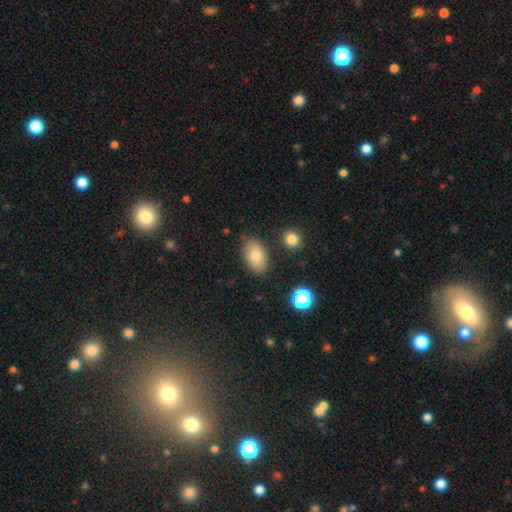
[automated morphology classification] smooth-or-featured: smooth: 78% | featured or disk: 13% | star or artifact: 9%
  how-rounded: in between: 88% | round: 11% | cigar-shaped: 1%
  merging: none: 82% | minor disturbance: 12% | merger: 3% | major disturbance: 3%